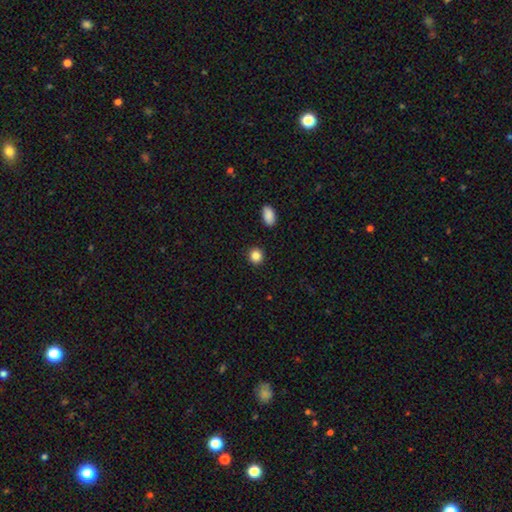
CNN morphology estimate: This appears to be a smooth galaxy with no disk features (86%) that is round (87%). Merging: none (91%).